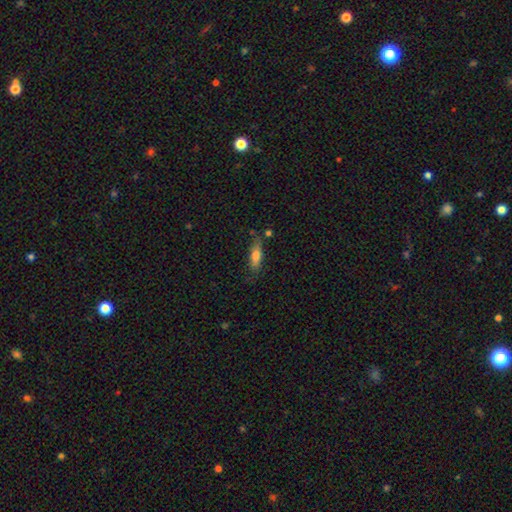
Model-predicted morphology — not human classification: A smooth galaxy with no disk features (69%) that is cigar-shaped (51%). Merging: none (69%).